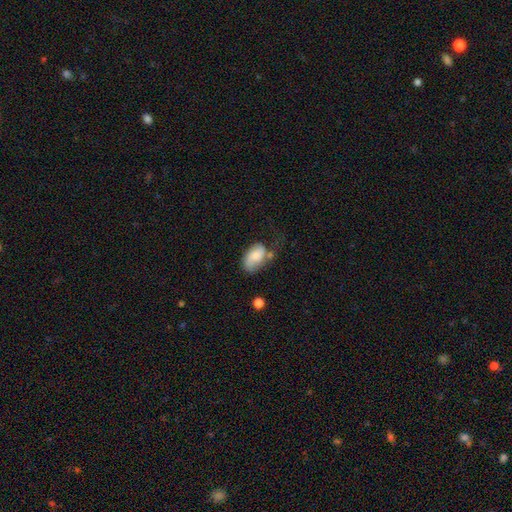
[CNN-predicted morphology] smooth-or-featured: smooth: 74% | featured or disk: 18% | star or artifact: 7%
  how-rounded: in between: 91% | round: 7% | cigar-shaped: 2%
  merging: none: 42% | minor disturbance: 31% | major disturbance: 18% | merger: 9%